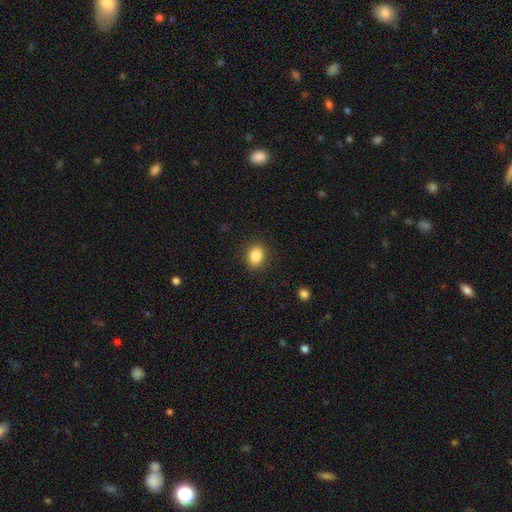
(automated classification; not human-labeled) Smooth or featured? smooth (86%)
How rounded? in between (57%)
Merging? none (89%)